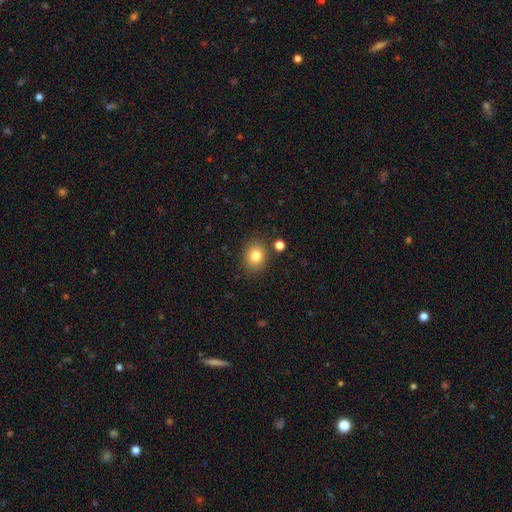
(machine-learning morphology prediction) Smooth or featured? smooth (82%)
How rounded? round (53%)
Merging? none (83%)